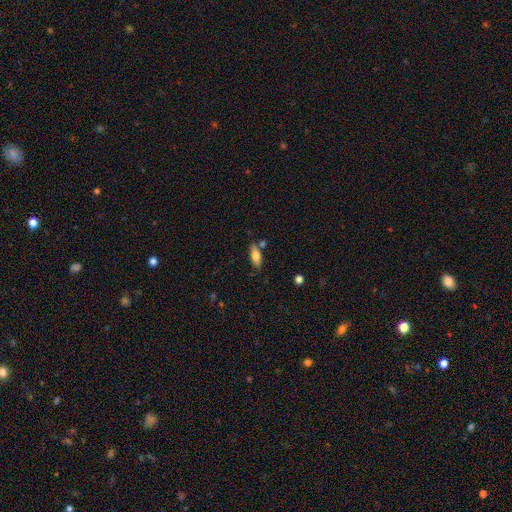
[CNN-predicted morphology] Smooth or featured: smooth — 76% (featured or disk — 17%)
How rounded: in between — 77% (cigar-shaped — 20%)
Merging: none — 73% (minor disturbance — 15%)